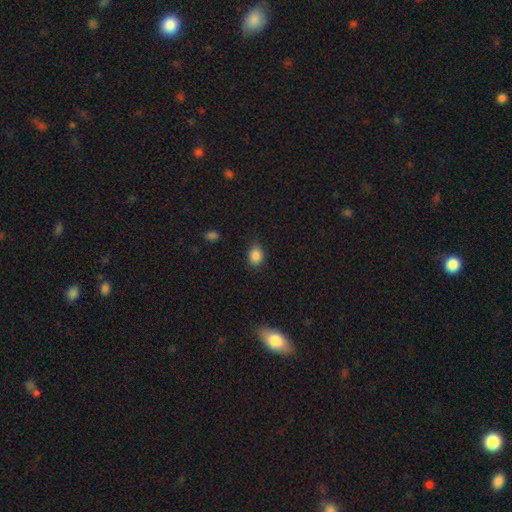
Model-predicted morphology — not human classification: smooth 86%, star or artifact 10%, featured or disk 4%. Down the decision tree: how rounded — in between (60%); merging — none (84%).